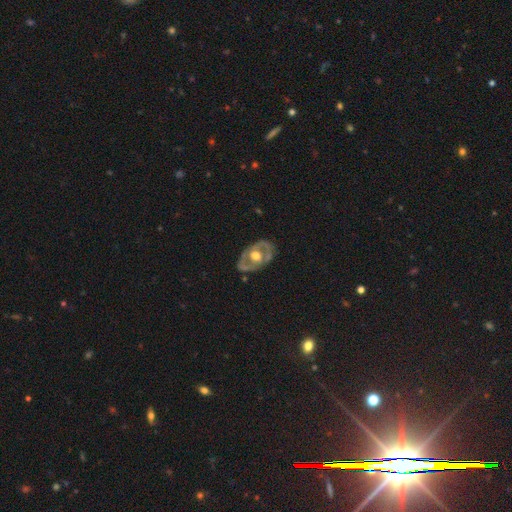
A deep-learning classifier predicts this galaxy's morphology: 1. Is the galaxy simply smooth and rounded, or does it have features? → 72% featured or disk, 24% smooth, 5% star or artifact.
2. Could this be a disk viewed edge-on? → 91% no, 9% yes.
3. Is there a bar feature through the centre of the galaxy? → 74% no, 19% weak, 7% strong.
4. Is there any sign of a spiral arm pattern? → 67% no, 33% yes.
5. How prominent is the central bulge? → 60% moderate, 33% large, 4% small, 1% dominant, 1% none.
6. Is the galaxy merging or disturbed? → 75% none, 18% minor disturbance, 6% major disturbance, 1% merger.